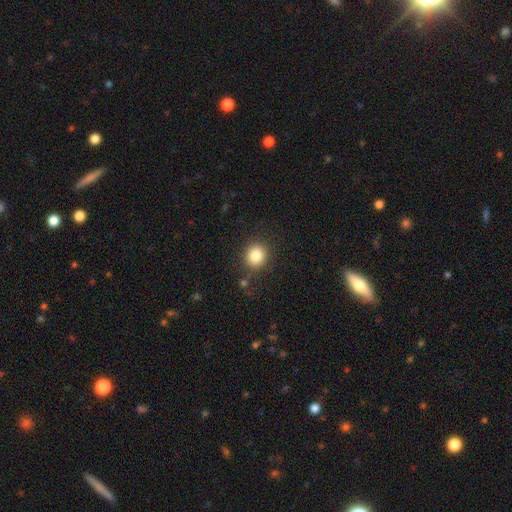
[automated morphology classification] smooth-or-featured: smooth: 85% | star or artifact: 10% | featured or disk: 5%
  how-rounded: round: 84% | in between: 16% | cigar-shaped: 1%
  merging: none: 85% | minor disturbance: 9% | major disturbance: 3% | merger: 3%